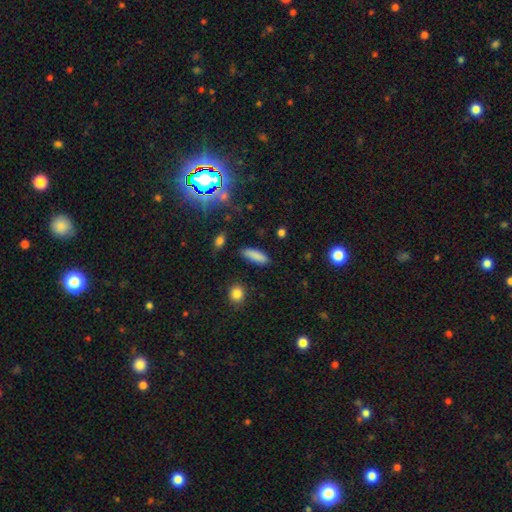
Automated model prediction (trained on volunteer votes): This is clearly a smooth galaxy (84%). How rounded: possibly cigar-shaped (50%). Merging: clearly none (85%).